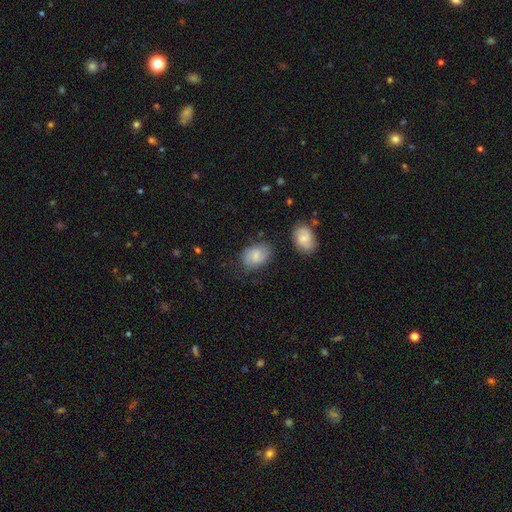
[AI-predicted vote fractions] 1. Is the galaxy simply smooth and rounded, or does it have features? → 72% smooth, 20% featured or disk, 8% star or artifact.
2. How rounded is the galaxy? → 78% in between, 21% round, 1% cigar-shaped.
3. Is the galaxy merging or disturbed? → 66% none, 23% minor disturbance, 7% major disturbance, 5% merger.